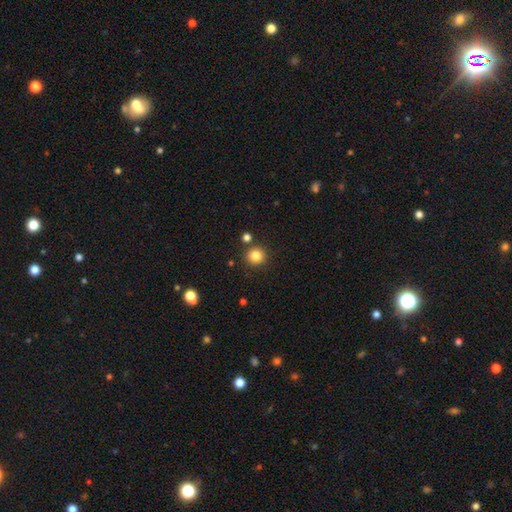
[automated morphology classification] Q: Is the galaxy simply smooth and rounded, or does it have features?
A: smooth — 84%.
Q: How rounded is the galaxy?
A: round — 93%.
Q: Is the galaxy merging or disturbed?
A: none — 86%.